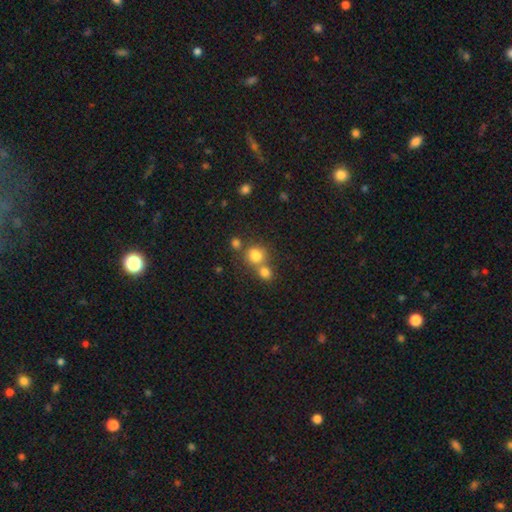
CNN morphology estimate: This is likely a smooth galaxy (78%). How rounded: likely round (79%). Merging: possibly none (47%).